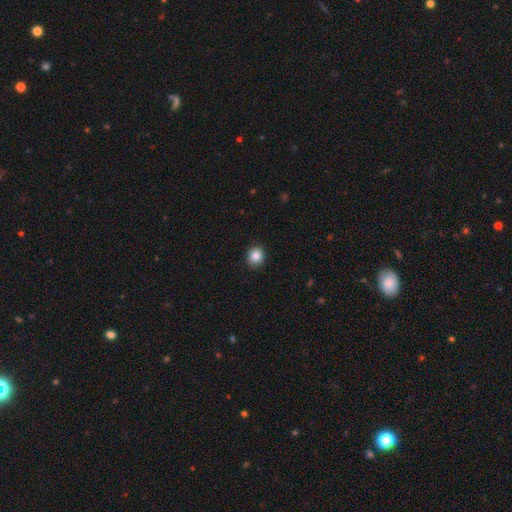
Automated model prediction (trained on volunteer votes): Smooth or featured? Predicted: smooth (p=0.85). How rounded? Predicted: round (p=0.80). Merging? Predicted: none (p=0.91).